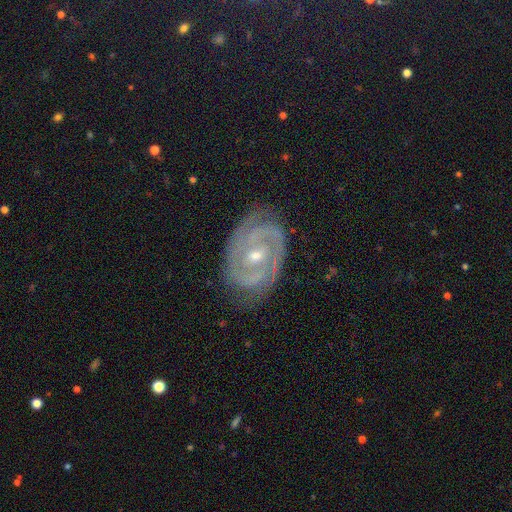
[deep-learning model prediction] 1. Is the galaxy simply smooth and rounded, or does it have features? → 91% featured or disk, 4% star or artifact, 4% smooth.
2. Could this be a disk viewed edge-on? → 97% no, 3% yes.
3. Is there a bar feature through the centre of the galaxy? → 40% no (tied), 40% weak (tied), 20% strong.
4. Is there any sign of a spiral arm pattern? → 98% yes, 2% no.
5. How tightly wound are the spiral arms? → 69% tight, 27% medium, 4% loose.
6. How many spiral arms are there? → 79% 2, 9% 3, 6% can't tell, 2% 1, 2% 4, 2% more than 4.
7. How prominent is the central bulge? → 51% small, 46% moderate, 1% large, 1% none, 1% dominant.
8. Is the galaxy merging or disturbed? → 79% none, 16% minor disturbance, 4% major disturbance, 1% merger.